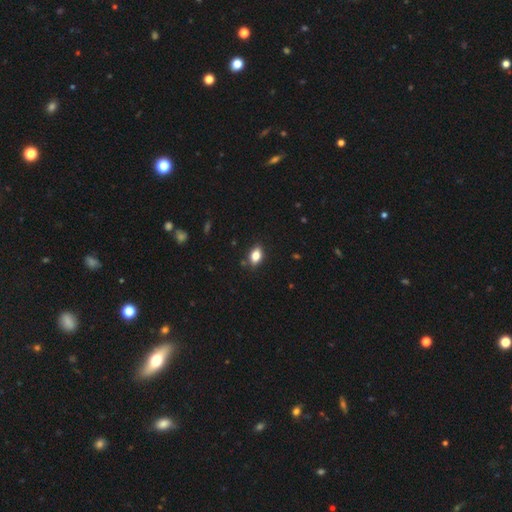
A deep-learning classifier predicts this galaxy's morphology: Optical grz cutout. It shows a smooth galaxy with no disk features (80%) that is in between round and cigar-shaped (85%). Merging: none (86%).